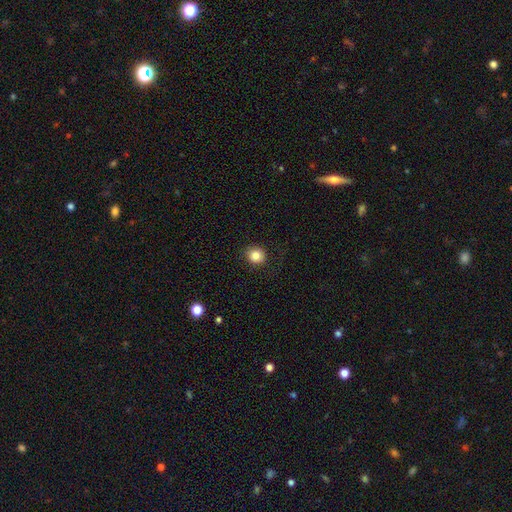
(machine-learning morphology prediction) The model was most divided on "smooth or featured": smooth: 84%, star or artifact: 10%, featured or disk: 5%. More confident: how rounded — round (89%); merging — none (88%).